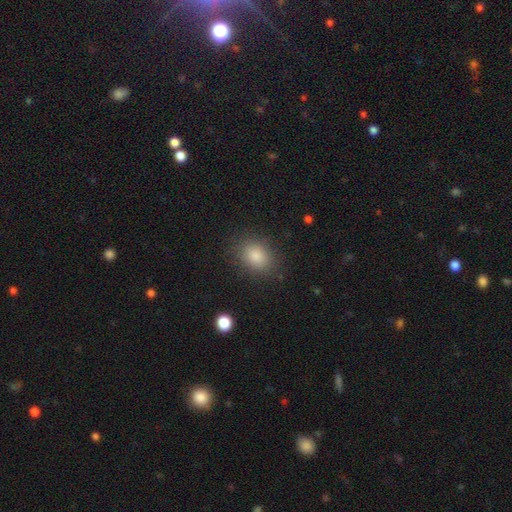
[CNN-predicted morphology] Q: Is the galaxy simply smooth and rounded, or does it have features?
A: smooth — 84%.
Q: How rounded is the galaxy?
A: in between — 65%.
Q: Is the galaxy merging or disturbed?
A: none — 85%.